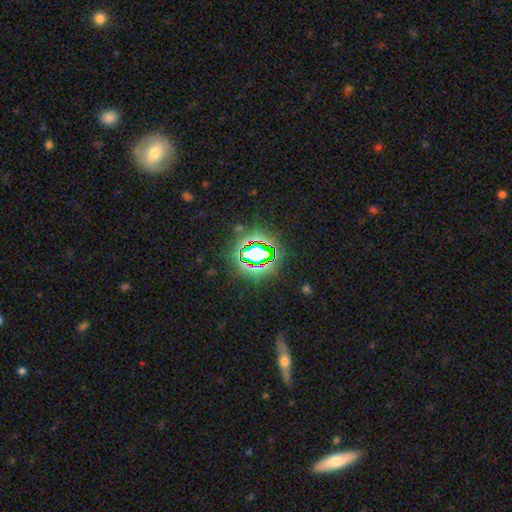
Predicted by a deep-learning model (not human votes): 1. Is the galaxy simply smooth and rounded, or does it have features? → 74% star or artifact, 16% smooth, 10% featured or disk.